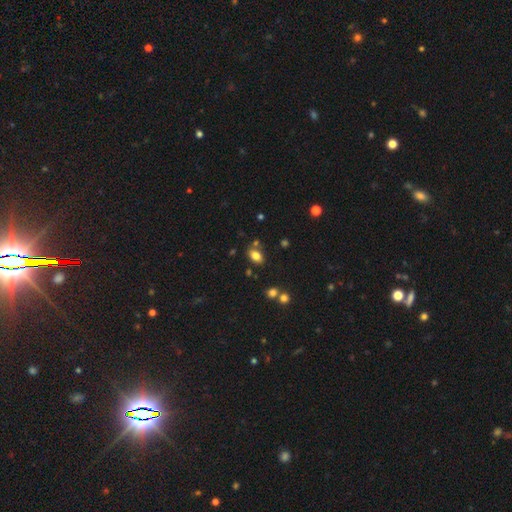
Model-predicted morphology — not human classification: smooth-or-featured: smooth: 81% | star or artifact: 11% | featured or disk: 8%
  how-rounded: in between: 86% | round: 12% | cigar-shaped: 2%
  merging: none: 74% | minor disturbance: 13% | merger: 10% | major disturbance: 3%